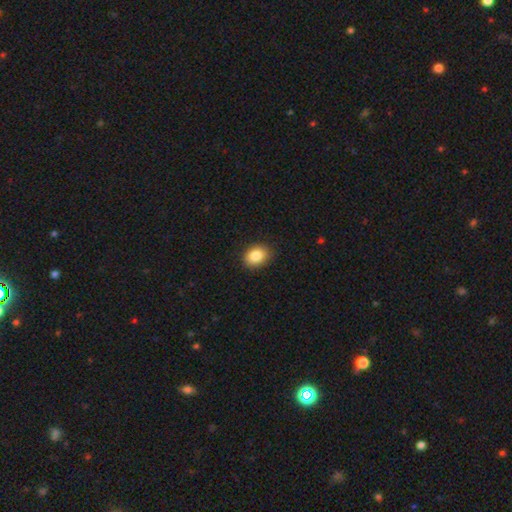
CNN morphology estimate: Smooth or featured? Predicted: smooth (p=0.86). How rounded? Predicted: in between (p=0.67). Merging? Predicted: none (p=0.87).